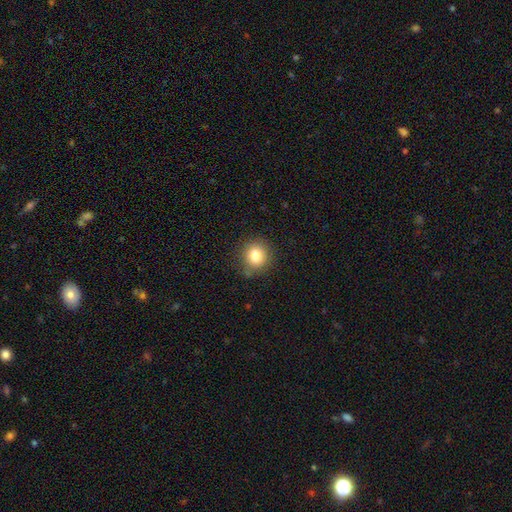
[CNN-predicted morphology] Smooth or featured? smooth (82%)
How rounded? round (82%)
Merging? none (85%)